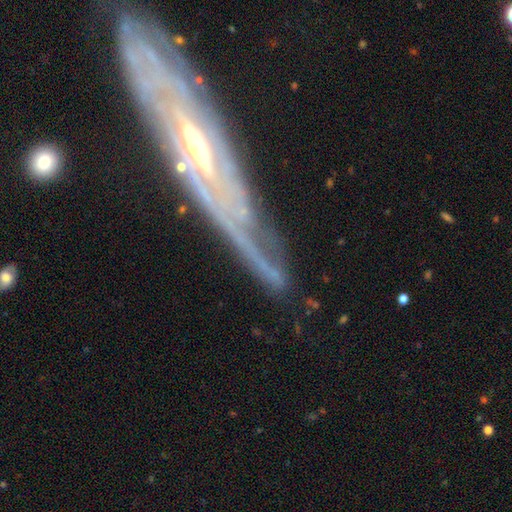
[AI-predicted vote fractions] Smooth or featured: featured or disk — 85% (smooth — 7%)
Edge-on disk: no — 59% (yes — 41%)
Bar: weak — 38% (no — 31%)
Spiral arms: yes — 89% (no — 11%)
Bulge size: small — 53% (moderate — 40%)
Merging: none — 72% (minor disturbance — 18%)